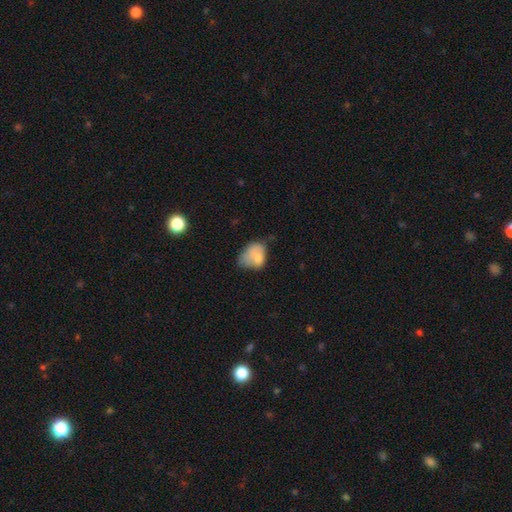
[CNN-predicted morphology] The model was most divided on "merging": minor disturbance: 29%, major disturbance: 25%, none: 23%, merger: 22%. More confident: how rounded — in between (76%); smooth or featured — smooth (70%).